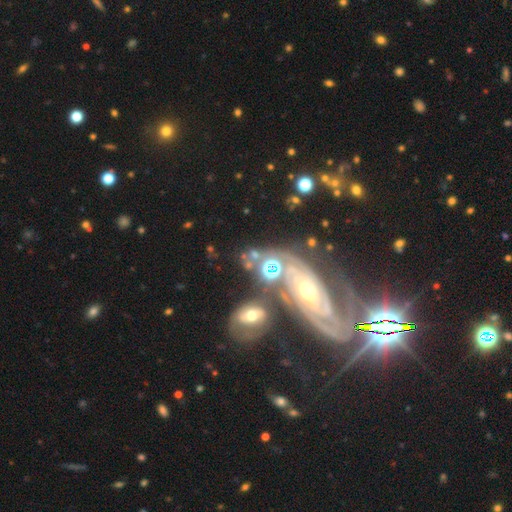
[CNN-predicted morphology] This appears to be a featured or disk galaxy (53%). Merging: none (47%).